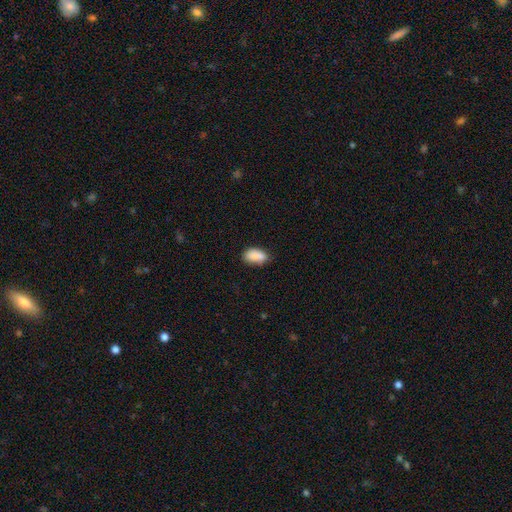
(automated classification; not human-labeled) This is clearly a smooth galaxy (85%). How rounded: clearly in between (91%). Merging: likely none (64%).